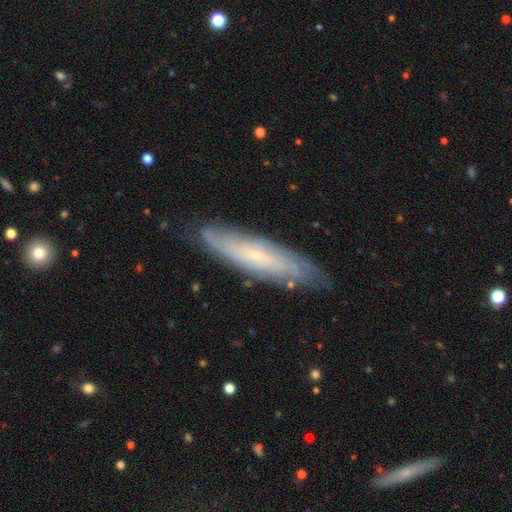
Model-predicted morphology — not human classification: A featured or disk galaxy (66%). Merging: none (80%).